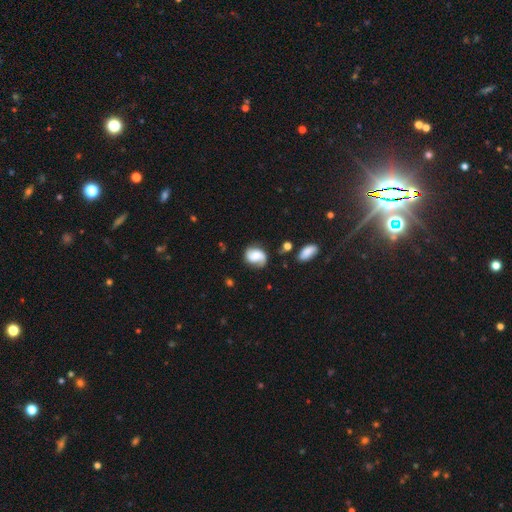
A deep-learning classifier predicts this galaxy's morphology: This is possibly a featured or disk galaxy (49%). Merging: possibly none (59%).